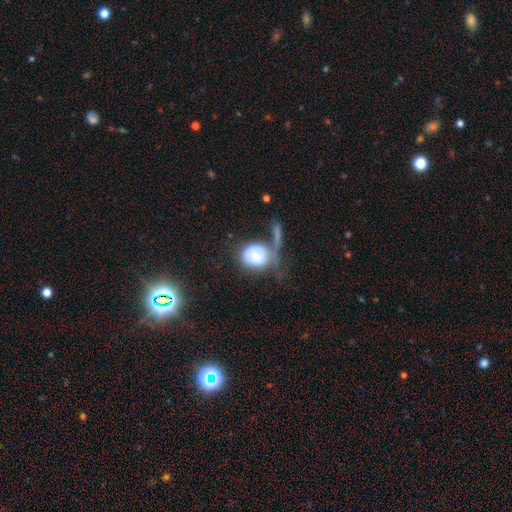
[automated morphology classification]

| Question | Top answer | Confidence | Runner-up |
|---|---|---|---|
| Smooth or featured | smooth | 58% | featured or disk (35%) |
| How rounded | round | 66% | in between (32%) |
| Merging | major disturbance | 41% | none (22%) |